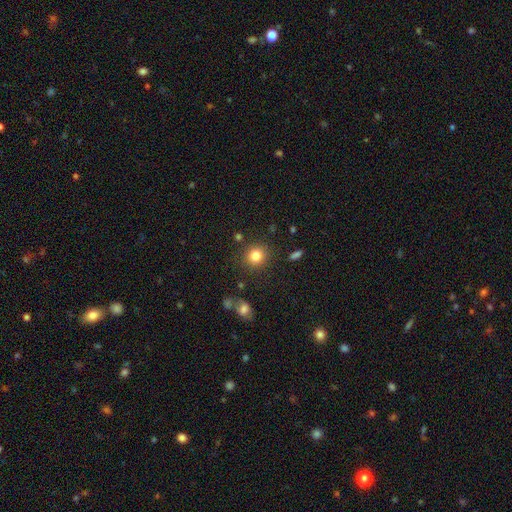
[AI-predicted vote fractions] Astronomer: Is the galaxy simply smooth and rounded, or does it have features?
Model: smooth — 82%.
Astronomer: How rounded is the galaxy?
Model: round — 88%.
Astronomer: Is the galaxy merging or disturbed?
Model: none — 86%.